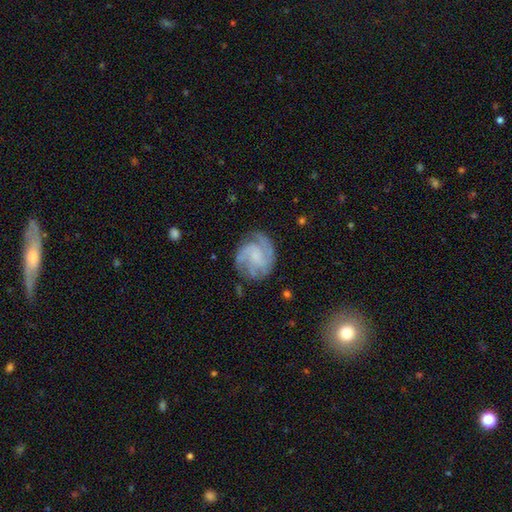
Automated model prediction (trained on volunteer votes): smooth_or_featured: featured or disk (p=0.82) [alt: smooth p=0.12]
disk_edge_on: no (p=0.98) [alt: yes p=0.02]
bar: no (p=0.57) [alt: weak p=0.36]
has_spiral_arms: yes (p=0.96) [alt: no p=0.04]
spiral_winding: medium (p=0.45) [alt: tight p=0.43]
spiral_arm_count: 3 (p=0.40) [alt: 2 p=0.20]
bulge_size: small (p=0.49) [alt: none p=0.29]
merging: none (p=0.74) [alt: minor disturbance p=0.17]